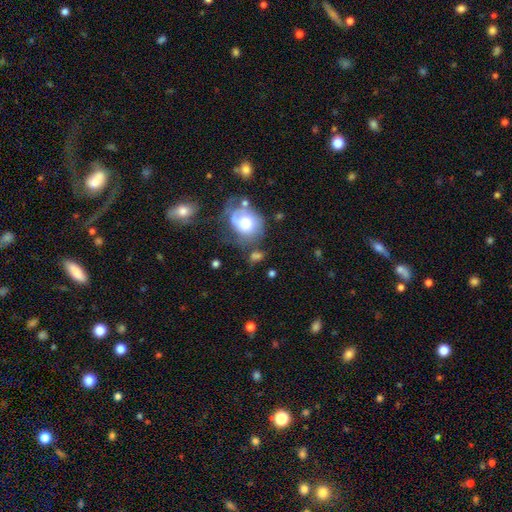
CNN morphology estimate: smooth 57%, featured or disk 27%, star or artifact 17%. Down the decision tree: how rounded — round (56%); merging — none (48%).